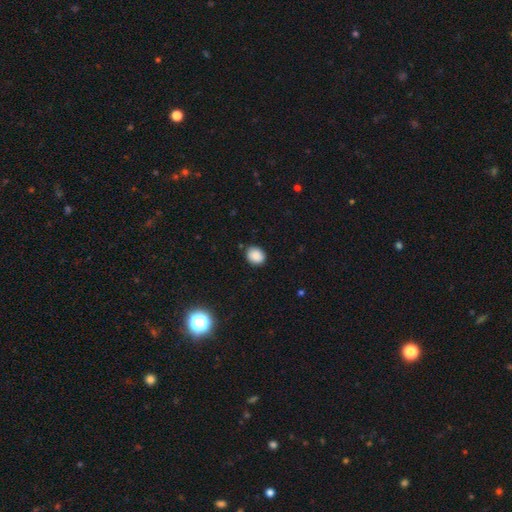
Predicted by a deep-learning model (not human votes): A smooth galaxy with no disk features (87%) that is round (60%).

Vote fractions:
- Smooth or featured? smooth: 87% / star or artifact: 9% / featured or disk: 4%
- How rounded? round: 60% / in between: 39% / cigar-shaped: 1%
- Merging? none: 85% / minor disturbance: 12% / major disturbance: 2% / merger: 2%